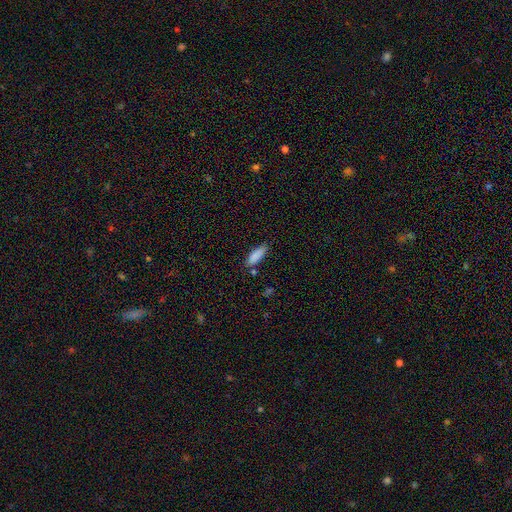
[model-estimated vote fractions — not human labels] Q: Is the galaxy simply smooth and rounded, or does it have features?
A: smooth — 87%.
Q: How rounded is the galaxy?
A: in between — 60%.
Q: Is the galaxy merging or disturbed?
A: none — 78%.